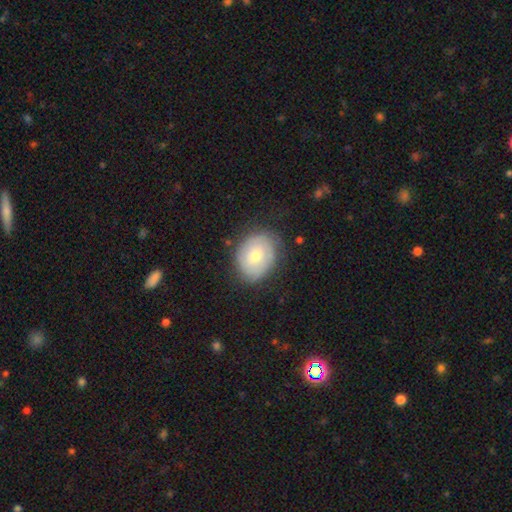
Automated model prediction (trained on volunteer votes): smooth 55%, featured or disk 38%, star or artifact 7%. Down the decision tree: how rounded — in between (57%); merging — none (76%).